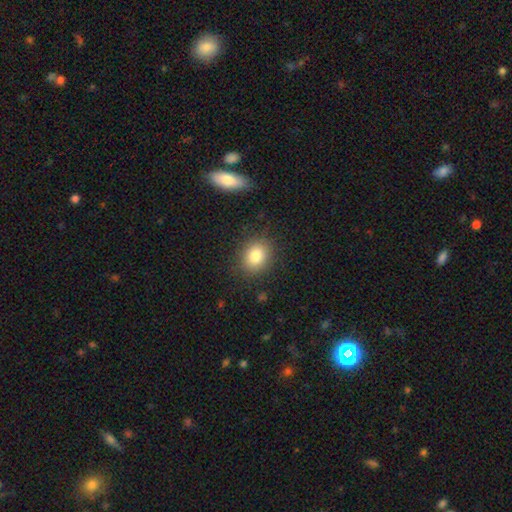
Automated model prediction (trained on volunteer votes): Overall: smooth (82%). How rounded: round (58%; in between 41%). Merging: none (86%).